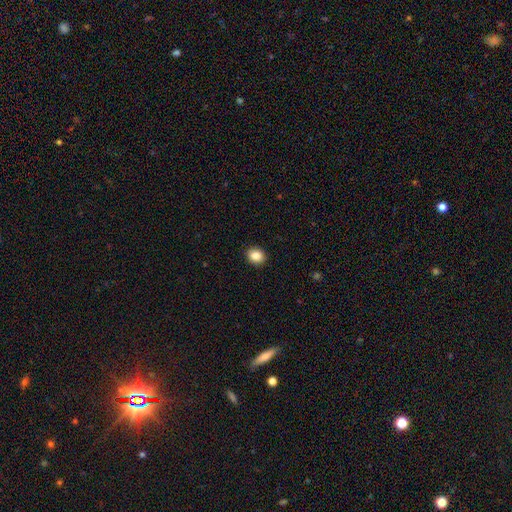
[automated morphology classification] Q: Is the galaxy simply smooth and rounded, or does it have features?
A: smooth — 86%.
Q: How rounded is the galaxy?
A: round — 60%.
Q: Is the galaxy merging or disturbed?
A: none — 92%.